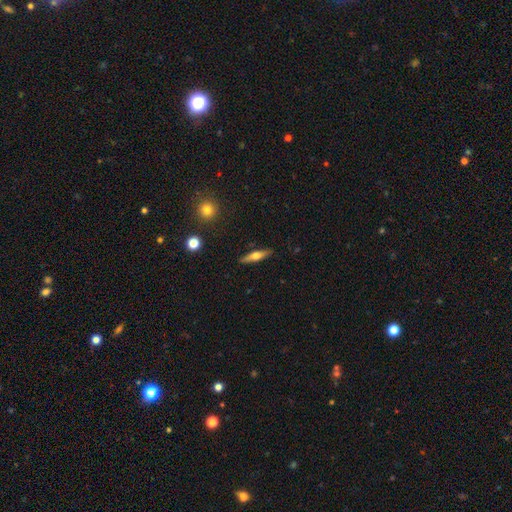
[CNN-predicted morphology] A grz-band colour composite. It shows a smooth galaxy with no disk features (47%, tied with featured or disk). Merging: none (89%).